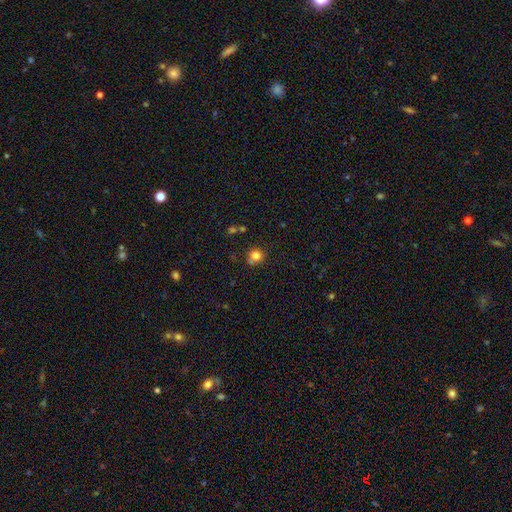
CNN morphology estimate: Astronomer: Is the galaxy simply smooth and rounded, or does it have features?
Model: smooth — 81%.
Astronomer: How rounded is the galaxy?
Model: round — 89%.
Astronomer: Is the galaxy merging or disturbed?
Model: none — 73%.